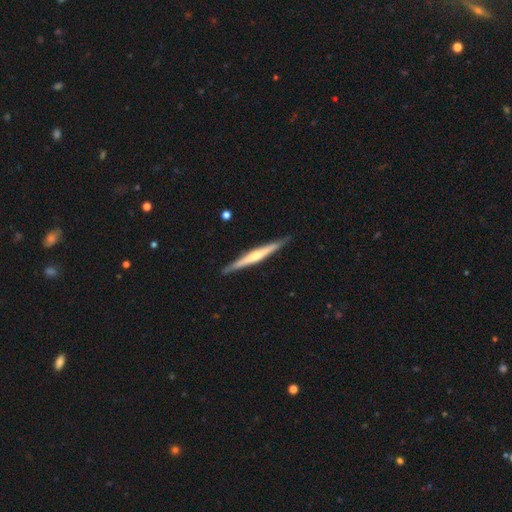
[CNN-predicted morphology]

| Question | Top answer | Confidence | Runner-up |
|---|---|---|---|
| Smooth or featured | featured or disk | 69% | smooth (27%) |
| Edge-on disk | yes | 98% | no (2%) |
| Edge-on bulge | rounded | 68% | none (24%) |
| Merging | none | 89% | minor disturbance (8%) |